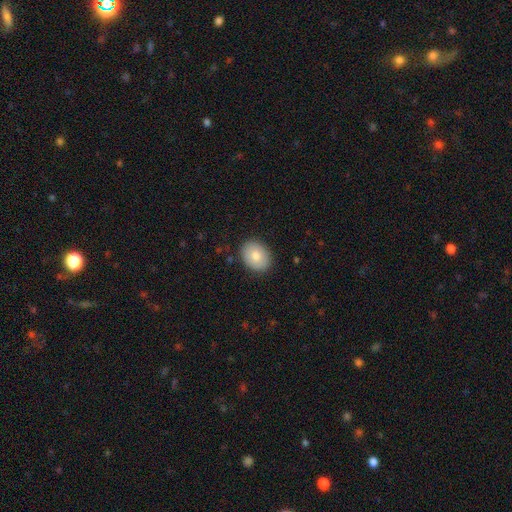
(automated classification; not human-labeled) The model was most divided on "how rounded": in between: 61%, round: 38%, cigar-shaped: 1%. More confident: merging — none (88%); smooth or featured — smooth (79%).